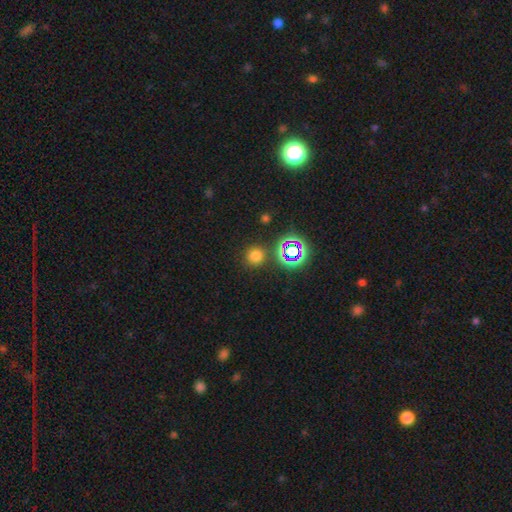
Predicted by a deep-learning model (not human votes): Q: Smooth or featured?
A: smooth (69%); runner-up: star or artifact (25%)
Q: How rounded?
A: round (93%); runner-up: in between (6%)
Q: Merging?
A: none (86%); runner-up: minor disturbance (7%)